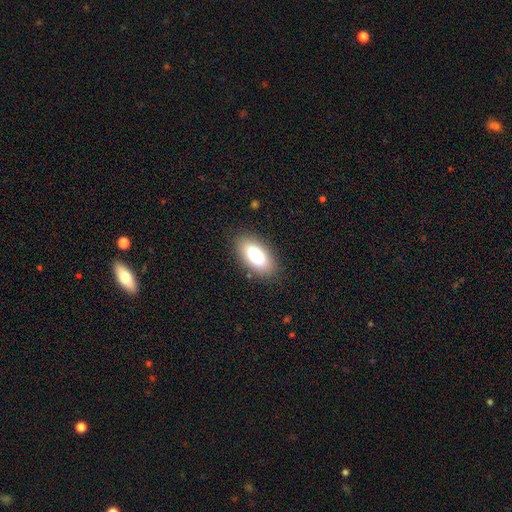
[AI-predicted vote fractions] A smooth galaxy with no disk features (81%) that is in between round and cigar-shaped (91%).

Vote fractions:
- Smooth or featured? smooth: 81% / featured or disk: 11% / star or artifact: 7%
- How rounded? in between: 91% / cigar-shaped: 7% / round: 3%
- Merging? none: 86% / minor disturbance: 10% / major disturbance: 3% / merger: 1%